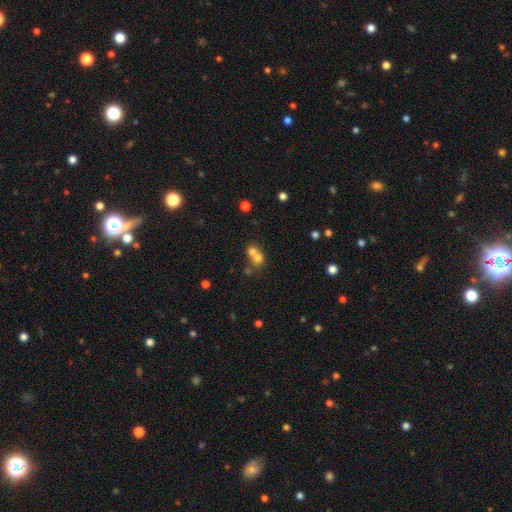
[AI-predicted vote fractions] smooth_or_featured: smooth (p=0.68) [alt: featured or disk p=0.17]
how_rounded: round (p=0.78) [alt: in between p=0.21]
merging: merger (p=0.64) [alt: none p=0.28]